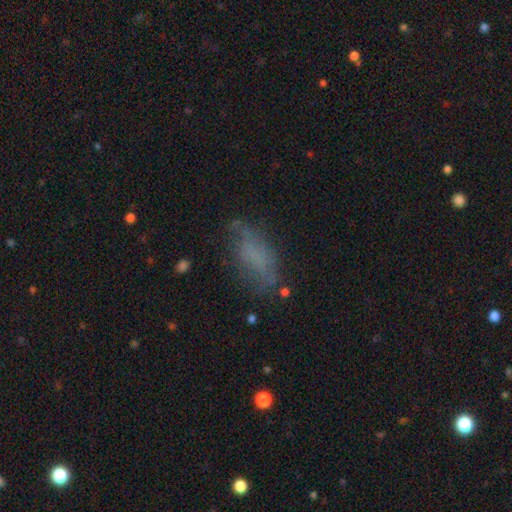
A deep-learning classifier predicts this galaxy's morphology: smooth 60%, featured or disk 25%, star or artifact 14%. Down the decision tree: how rounded — in between (81%); merging — none (56%).